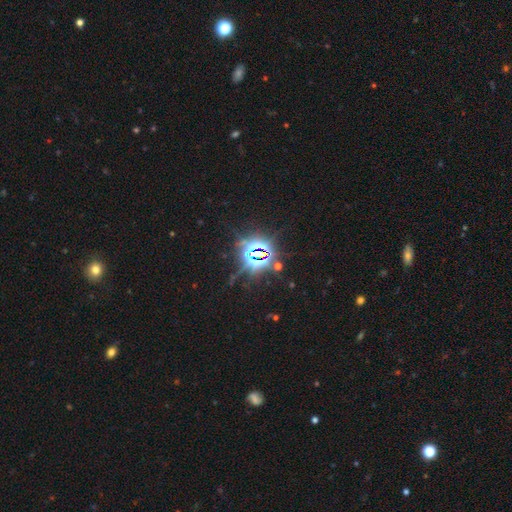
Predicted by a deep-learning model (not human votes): smooth-or-featured: star or artifact: 85% | smooth: 8% | featured or disk: 7%